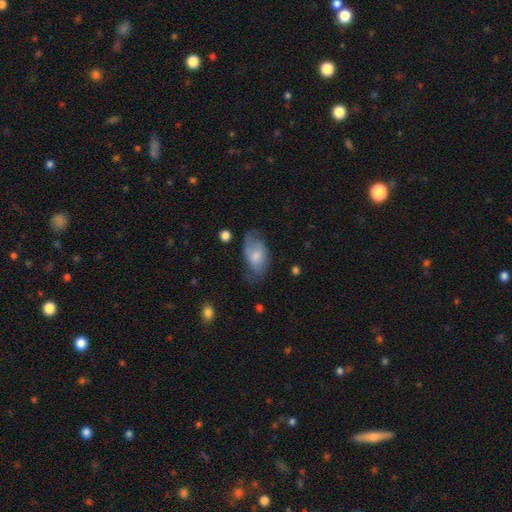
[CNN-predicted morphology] Smooth or featured?
  - smooth: 57% *
  - featured or disk: 36%
  - star or artifact: 7%
How rounded?
  - in between: 91% *
  - round: 7%
  - cigar-shaped: 2%
Merging?
  - none: 48% *
  - minor disturbance: 31%
  - major disturbance: 19%
  - merger: 2%